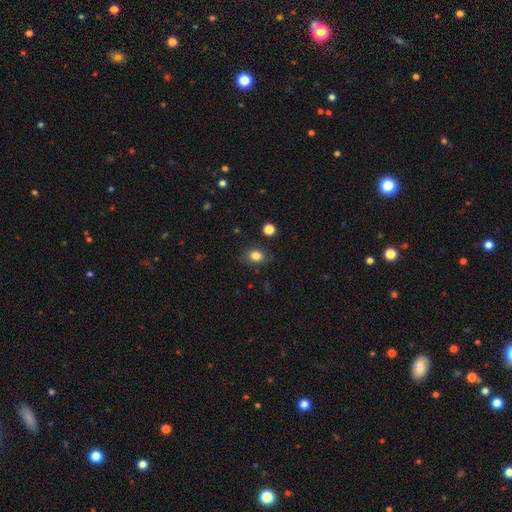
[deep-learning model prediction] Morphology: type=smooth (82%); roundness=in between (56%); merging=none (83%).